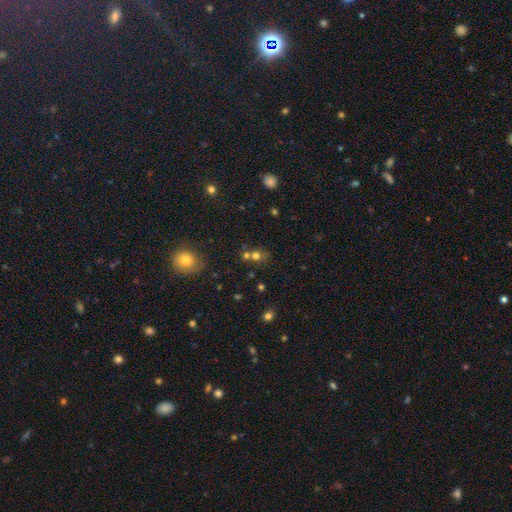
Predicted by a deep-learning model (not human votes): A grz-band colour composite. It shows a smooth galaxy with no disk features (65%) that is round (78%). Merging: none (50%).